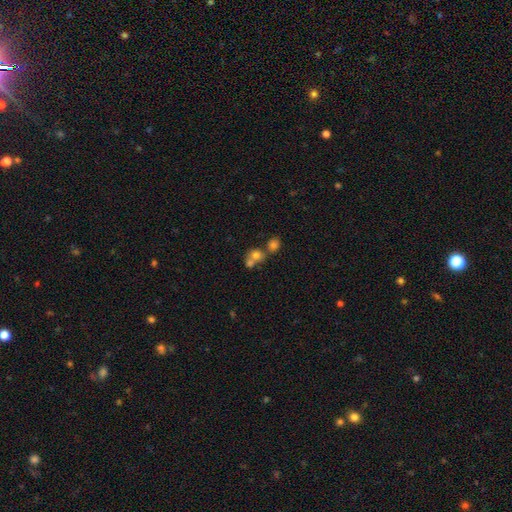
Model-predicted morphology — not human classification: type=smooth (70%); roundness=round (75%); merging=merger (53%).